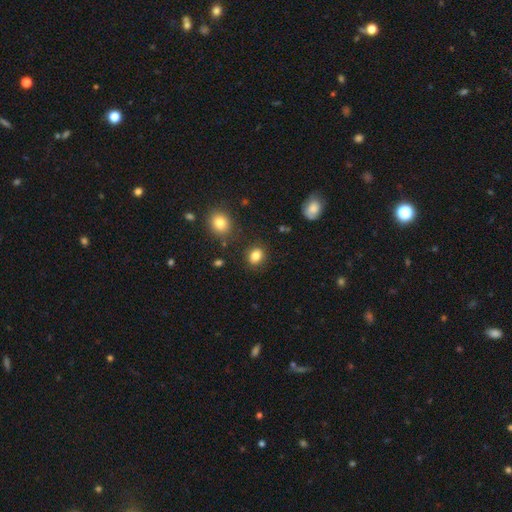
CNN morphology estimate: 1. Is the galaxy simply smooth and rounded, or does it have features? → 83% smooth, 11% star or artifact, 6% featured or disk.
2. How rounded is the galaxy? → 57% round, 42% in between, 1% cigar-shaped.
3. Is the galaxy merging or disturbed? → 86% none, 9% minor disturbance, 3% major disturbance, 3% merger.